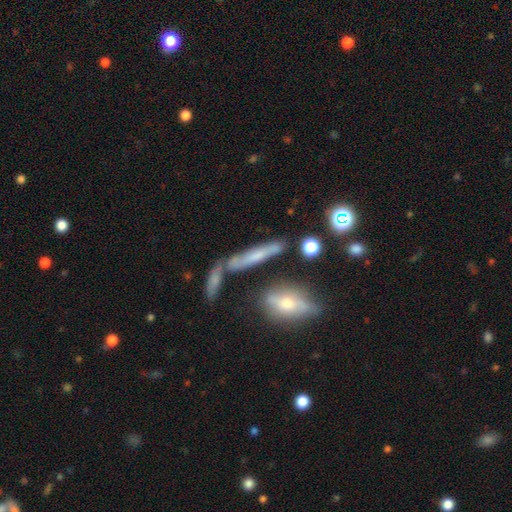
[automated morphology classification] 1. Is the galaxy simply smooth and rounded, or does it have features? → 43% smooth (tied), 43% featured or disk (tied), 14% star or artifact.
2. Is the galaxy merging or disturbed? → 60% none, 18% merger, 16% minor disturbance, 6% major disturbance.